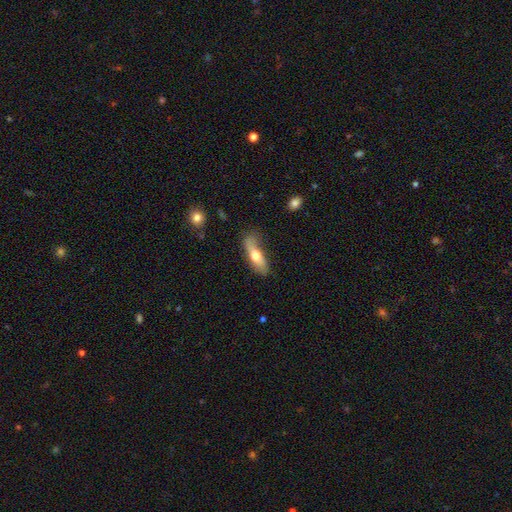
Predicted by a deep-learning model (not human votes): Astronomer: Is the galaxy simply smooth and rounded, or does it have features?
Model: smooth — 60%.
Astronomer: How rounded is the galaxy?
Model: in between — 49% (runner-up: cigar-shaped, 48%).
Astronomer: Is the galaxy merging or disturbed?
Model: none — 61%.